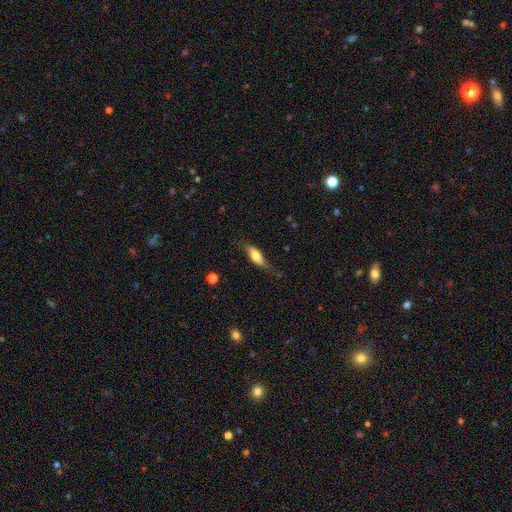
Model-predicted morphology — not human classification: This appears to be a smooth galaxy with no disk features (61%) that is in between round and cigar-shaped (56%). Merging: none (62%).